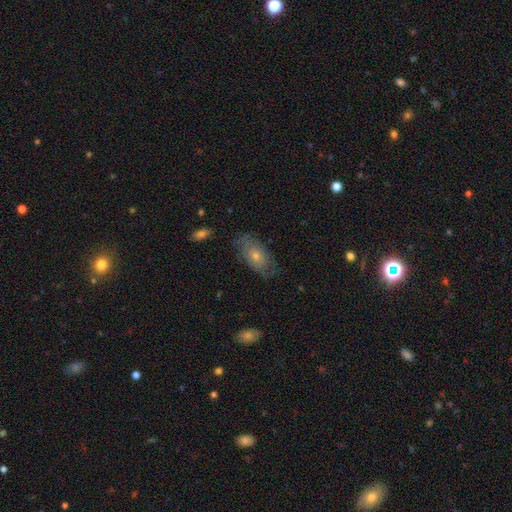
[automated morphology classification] type=smooth (46%); merging=none (74%).